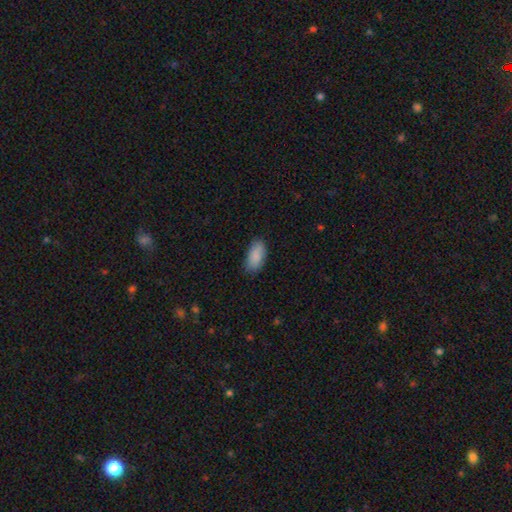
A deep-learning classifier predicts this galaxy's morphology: A smooth galaxy with no disk features (89%) that is in between round and cigar-shaped (92%). Merging: none (82%).